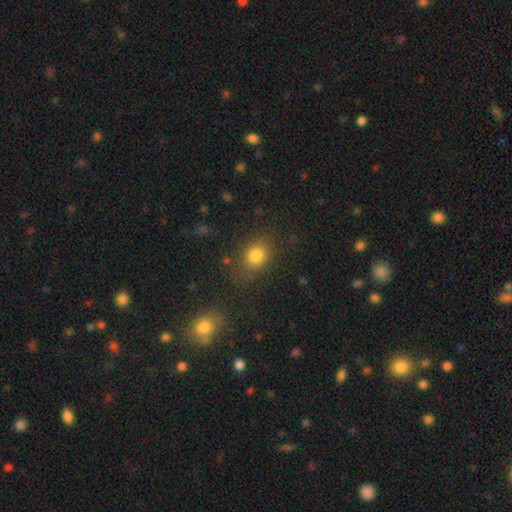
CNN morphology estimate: Smooth or featured? smooth (80%)
How rounded? in between (56%)
Merging? none (75%)